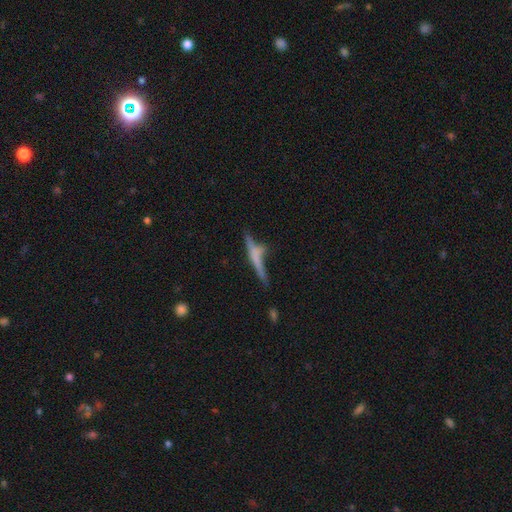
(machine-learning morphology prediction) A featured or disk galaxy (50%) viewed edge-on (90%).

Vote fractions:
- Smooth or featured? featured or disk: 50% / smooth: 40% / star or artifact: 10%
- Edge-on disk? yes: 90% / no: 10%
- Merging? none: 55% / minor disturbance: 18% / merger: 16% / major disturbance: 10%